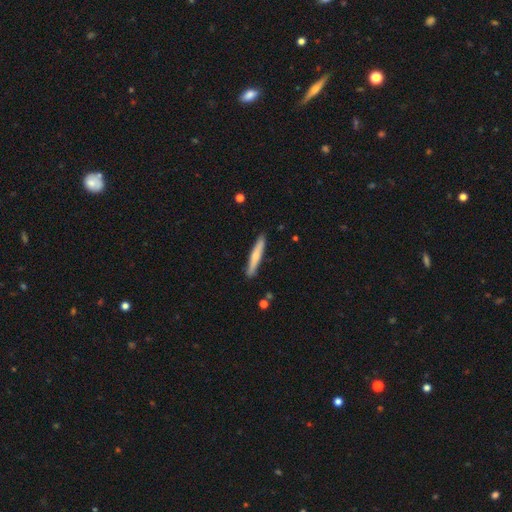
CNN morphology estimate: smooth 56%, featured or disk 39%, star or artifact 5%. Down the decision tree: how rounded — cigar-shaped (93%); merging — none (88%).